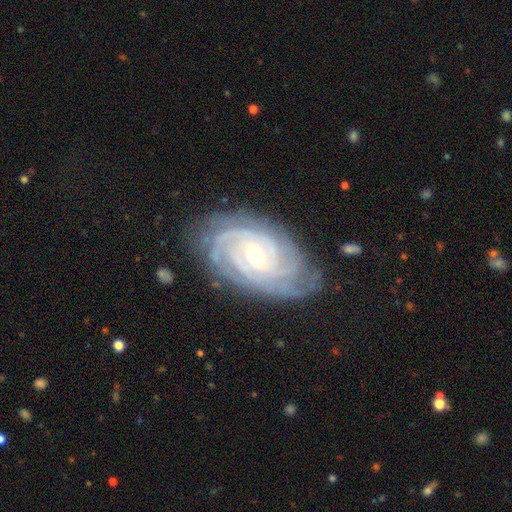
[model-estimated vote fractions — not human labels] smooth-or-featured: featured or disk: 91% | star or artifact: 5% | smooth: 4%
  disk-edge-on: no: 96% | yes: 4%
    bar: weak: 44% | no: 36% | strong: 21%
    has-spiral-arms: yes: 98% | no: 2%
      spiral-winding: tight: 83% | medium: 15% | loose: 2%
      spiral-arm-count: 4: 27% | 3: 24% | can't tell: 19% | 2: 12% | more than 4: 11% | 1: 7%
    bulge-size: moderate: 57% | small: 39% | large: 2% | none: 1% | dominant: 1%
  merging: none: 80% | minor disturbance: 15% | major disturbance: 4% | merger: 1%